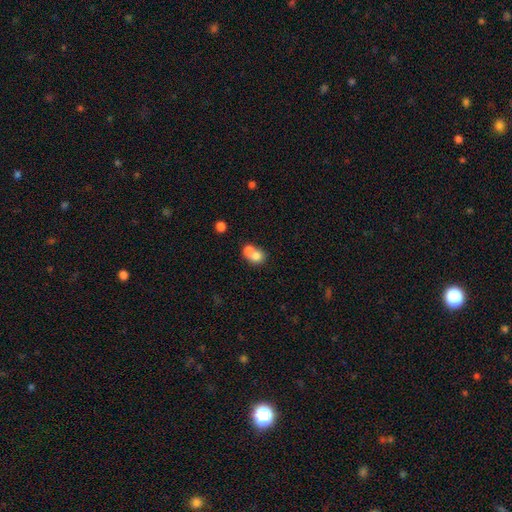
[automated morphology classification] smooth-or-featured: smooth: 74% | featured or disk: 17% | star or artifact: 10%
  how-rounded: round: 73% | in between: 26% | cigar-shaped: 1%
  merging: merger: 65% | none: 27% | minor disturbance: 5% | major disturbance: 3%